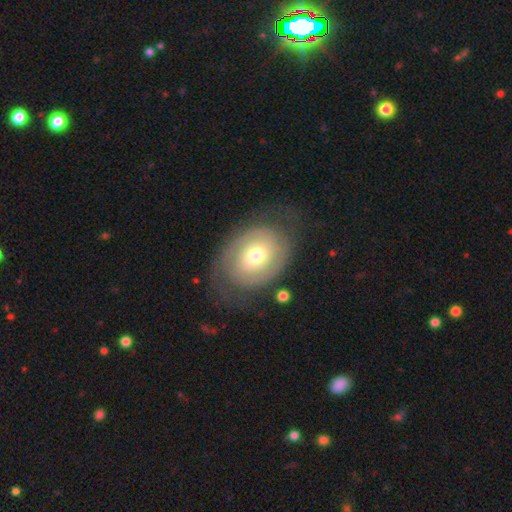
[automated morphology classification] smooth-or-featured: featured or disk: 71% | smooth: 23% | star or artifact: 6%
  disk-edge-on: no: 96% | yes: 4%
    bar: no: 73% | weak: 21% | strong: 6%
    has-spiral-arms: yes: 75% | no: 25%
      spiral-winding: tight: 65% | medium: 24% | loose: 11%
      spiral-arm-count: 2: 59% | can't tell: 26% | 1: 7% | 3: 4% | 4: 2% | more than 4: 2%
    bulge-size: moderate: 65% | small: 24% | large: 9% | dominant: 2% | none: 1%
  merging: none: 68% | minor disturbance: 17% | major disturbance: 13% | merger: 2%